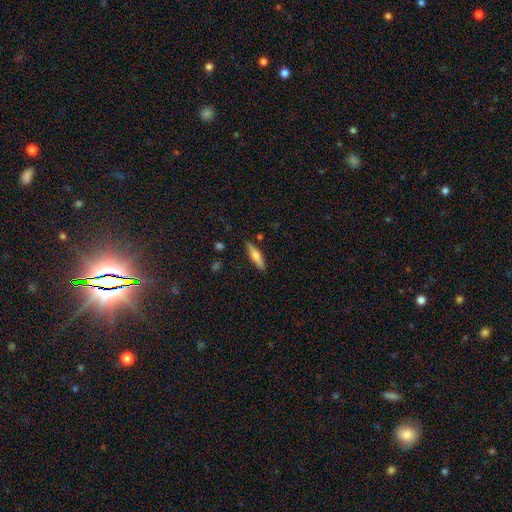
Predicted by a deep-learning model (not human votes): This is possibly a smooth galaxy (59%). How rounded: likely cigar-shaped (71%). Merging: clearly none (86%).